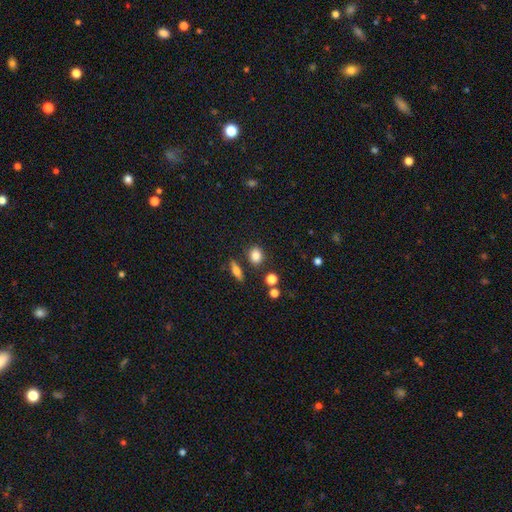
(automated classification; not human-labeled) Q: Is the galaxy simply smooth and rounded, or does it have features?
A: smooth — 83%.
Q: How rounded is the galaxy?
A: round — 58%.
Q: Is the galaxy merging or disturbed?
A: none — 80%.